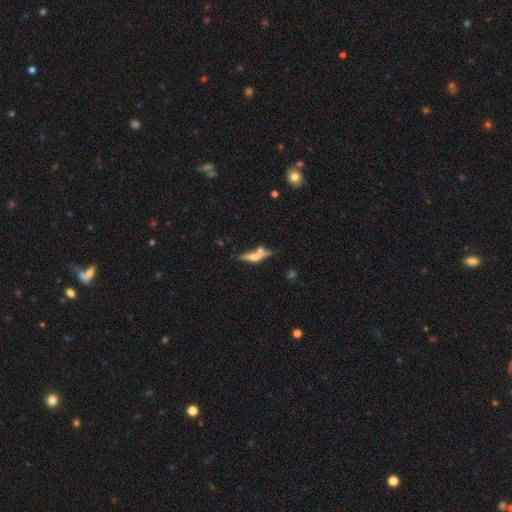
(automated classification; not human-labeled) smooth_or_featured: featured or disk (p=0.48) [alt: smooth p=0.43]
merging: none (p=0.44) [alt: merger p=0.36]